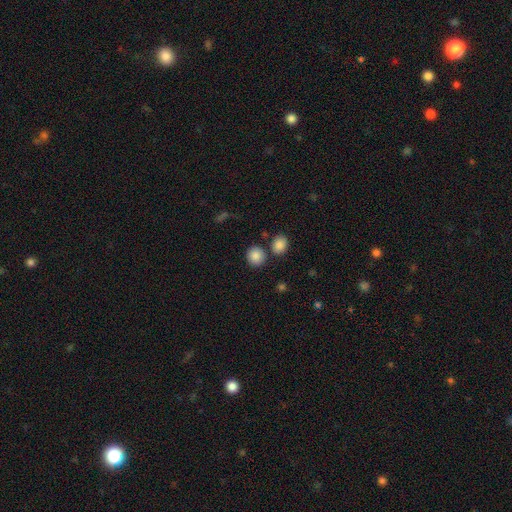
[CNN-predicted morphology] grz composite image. It shows a smooth galaxy with no disk features (87%) that is round (82%). Merging: none (79%).